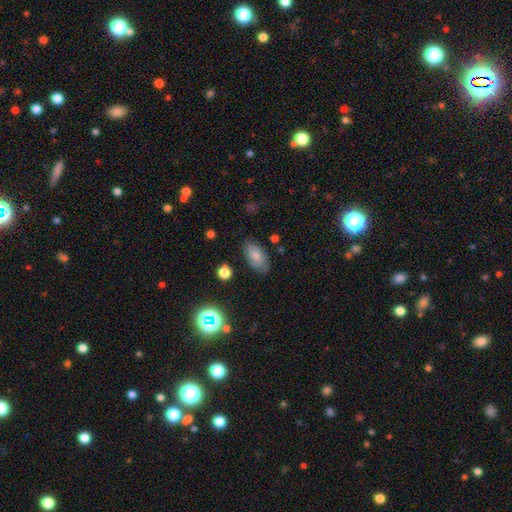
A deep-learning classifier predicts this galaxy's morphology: smooth 71%, featured or disk 20%, star or artifact 9%. Down the decision tree: how rounded — in between (92%); merging — none (76%).